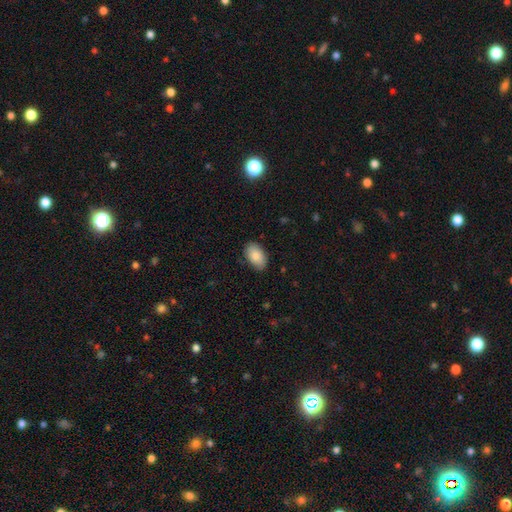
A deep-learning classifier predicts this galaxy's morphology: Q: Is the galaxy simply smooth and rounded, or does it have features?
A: smooth — 88%.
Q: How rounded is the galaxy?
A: in between — 93%.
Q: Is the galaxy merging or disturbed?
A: none — 84%.